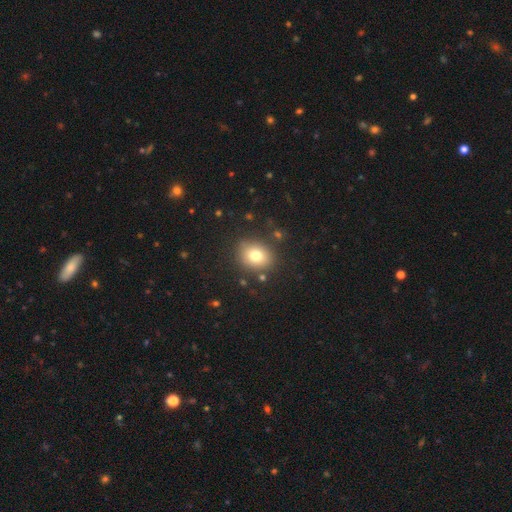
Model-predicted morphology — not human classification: Smooth or featured?
  - smooth: 75% *
  - featured or disk: 12%
  - star or artifact: 12%
How rounded?
  - round: 61% *
  - in between: 38%
  - cigar-shaped: 1%
Merging?
  - none: 84% *
  - minor disturbance: 10%
  - major disturbance: 3%
  - merger: 3%